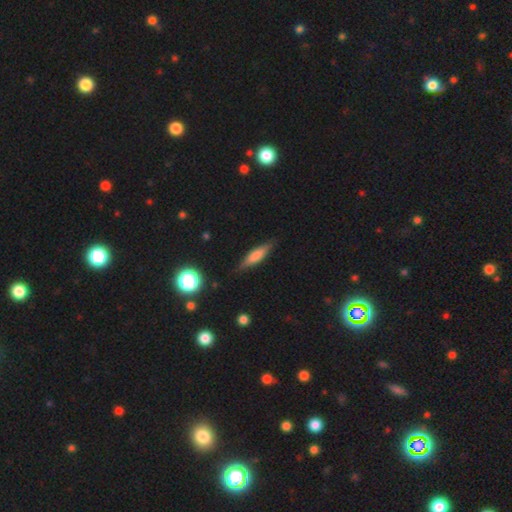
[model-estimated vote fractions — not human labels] Smooth or featured: smooth — 57% (featured or disk — 36%)
How rounded: cigar-shaped — 72% (in between — 26%)
Merging: none — 84% (minor disturbance — 12%)